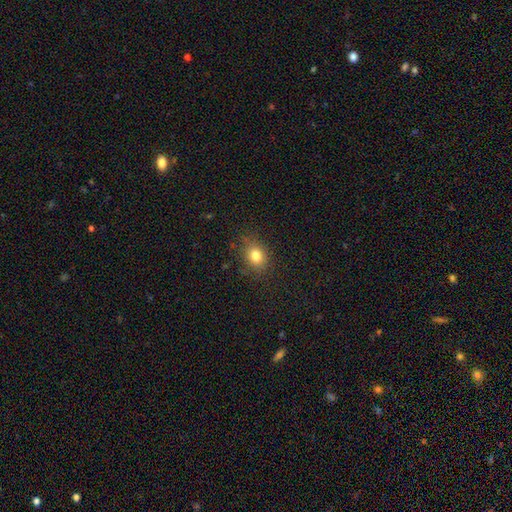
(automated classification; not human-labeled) A smooth galaxy with no disk features (80%) that is round (50%).

Vote fractions:
- Smooth or featured? smooth: 80% / star or artifact: 12% / featured or disk: 7%
- How rounded? round: 50% / in between: 49% / cigar-shaped: 1%
- Merging? none: 80% / minor disturbance: 14% / major disturbance: 4% / merger: 1%